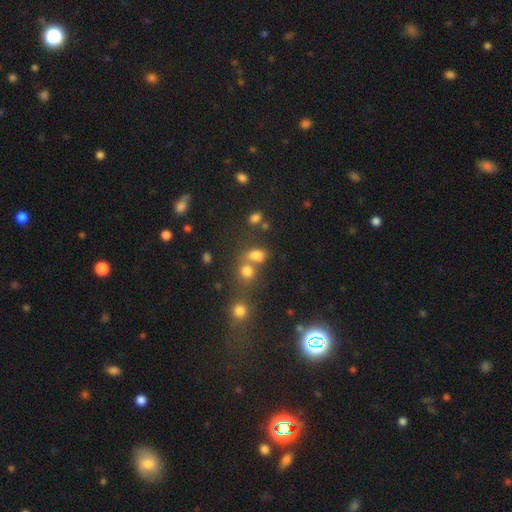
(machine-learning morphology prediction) Q: Smooth or featured?
A: smooth (74%); runner-up: star or artifact (17%)
Q: How rounded?
A: in between (68%); runner-up: round (30%)
Q: Merging?
A: none (43%); runner-up: merger (39%)